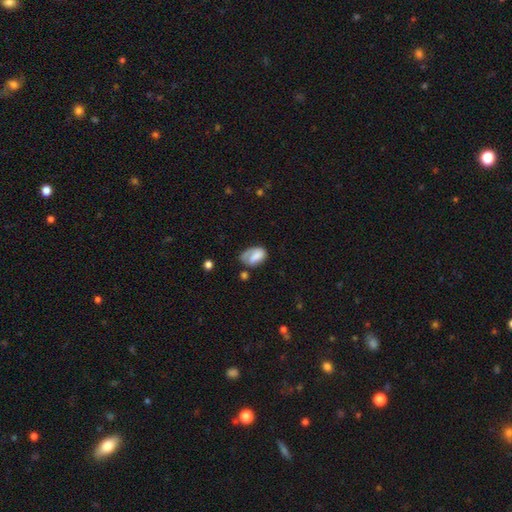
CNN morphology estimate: smooth 68%, featured or disk 24%, star or artifact 8%. Down the decision tree: how rounded — in between (89%); merging — none (38%).